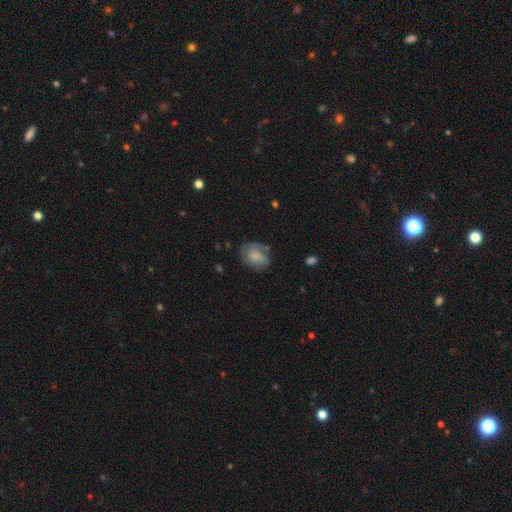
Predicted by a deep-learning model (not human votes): Overall: smooth (67%). How rounded: in between (59%; round 40%). Merging: none (63%; minor disturbance 25%).